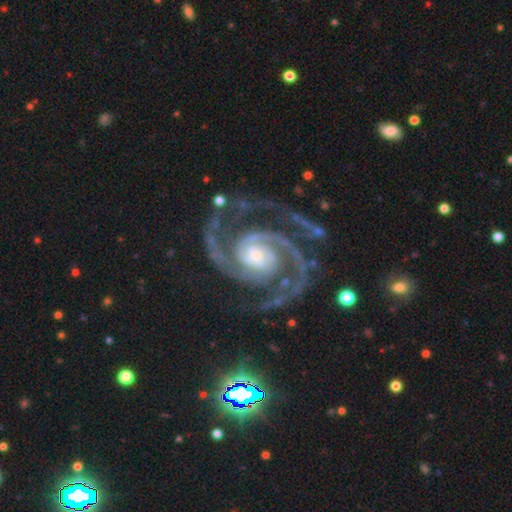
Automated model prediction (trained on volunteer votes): Q: Smooth or featured?
A: featured or disk (94%); runner-up: star or artifact (4%)
Q: Edge-on disk?
A: no (98%); runner-up: yes (2%)
Q: Bar?
A: no (57%); runner-up: weak (28%)
Q: Spiral arms?
A: yes (99%); runner-up: no (1%)
Q: Spiral winding?
A: medium (47%); runner-up: tight (46%)
Q: Spiral arm count?
A: 2 (75%); runner-up: 3 (12%)
Q: Bulge size?
A: moderate (46%); runner-up: small (28%)
Q: Merging?
A: none (70%); runner-up: minor disturbance (15%)